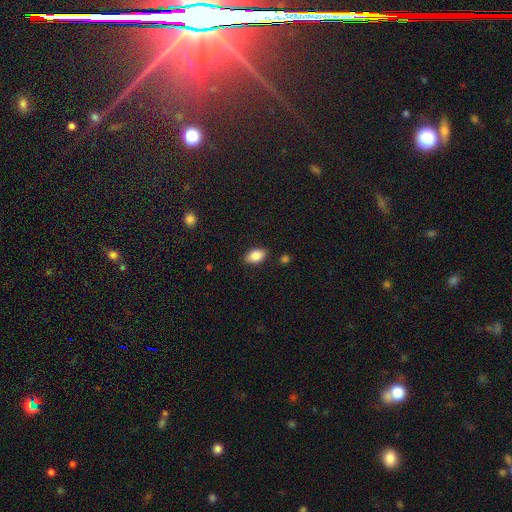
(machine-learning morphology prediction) smooth 87%, star or artifact 7%, featured or disk 6%. Down the decision tree: how rounded — in between (91%); merging — none (86%).